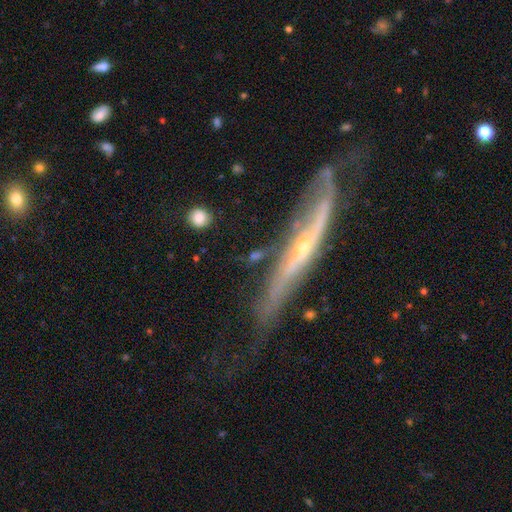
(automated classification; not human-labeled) smooth_or_featured: featured or disk (p=0.62) [alt: smooth p=0.28]
disk_edge_on: yes (p=0.73) [alt: no p=0.27]
merging: none (p=0.70) [alt: minor disturbance p=0.18]